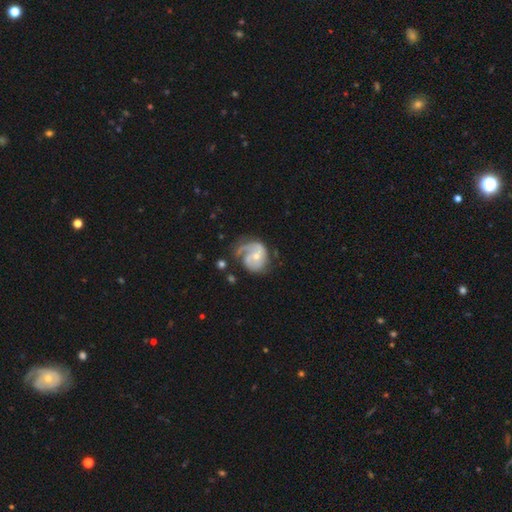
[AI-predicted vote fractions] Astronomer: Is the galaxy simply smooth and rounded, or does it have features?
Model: featured or disk — 79%.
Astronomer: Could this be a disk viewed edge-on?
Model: no — 98%.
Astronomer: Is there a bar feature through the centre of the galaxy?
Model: no — 69%.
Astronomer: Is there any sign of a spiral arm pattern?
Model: yes — 92%.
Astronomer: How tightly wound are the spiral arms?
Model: medium — 40% (runner-up: tight, 36%).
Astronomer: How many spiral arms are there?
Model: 1 — 44% (runner-up: 2, 33%).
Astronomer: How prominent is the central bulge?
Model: small — 53% (runner-up: moderate, 42%).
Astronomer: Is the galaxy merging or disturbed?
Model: none — 41% (runner-up: major disturbance, 30%).